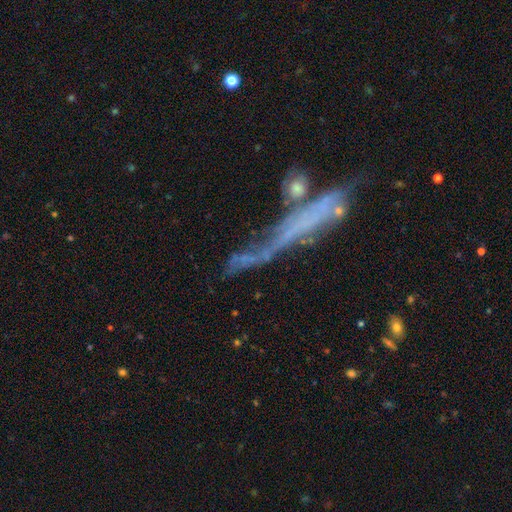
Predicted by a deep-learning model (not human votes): A featured or disk galaxy (56%) viewed edge-on (60%).

Vote fractions:
- Smooth or featured? featured or disk: 56% / smooth: 27% / star or artifact: 18%
- Edge-on disk? yes: 60% / no: 40%
- Merging? none: 31% / major disturbance: 28% / merger: 23% / minor disturbance: 18%